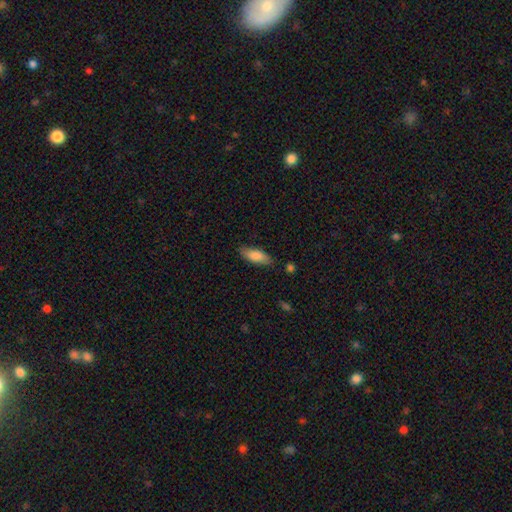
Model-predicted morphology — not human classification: This is clearly a smooth galaxy (81%). How rounded: likely in between (68%). Merging: clearly none (81%).